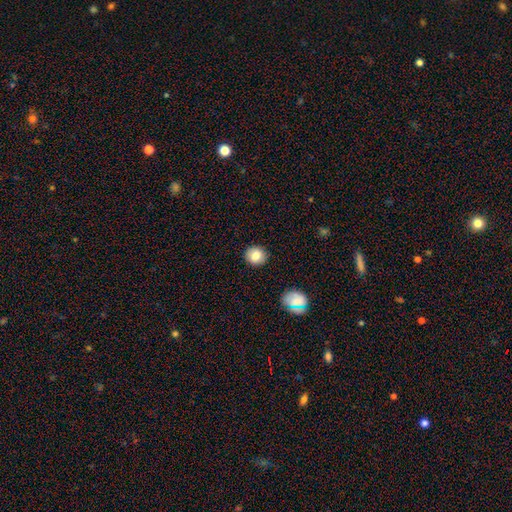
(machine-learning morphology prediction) The model was most divided on "smooth or featured": smooth: 82%, star or artifact: 9%, featured or disk: 8%. More confident: merging — none (91%); how rounded — round (87%).